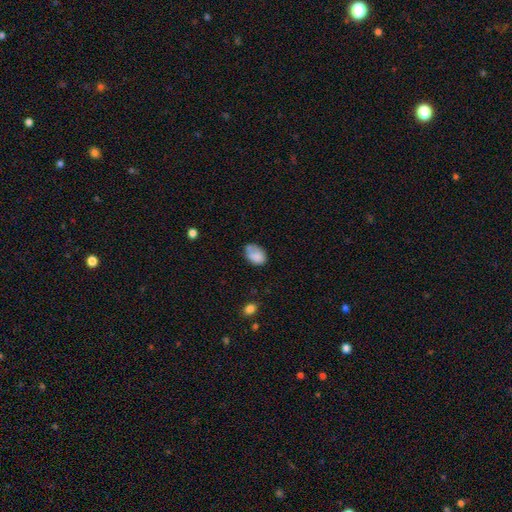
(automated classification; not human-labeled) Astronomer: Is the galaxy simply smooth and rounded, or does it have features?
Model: smooth — 78%.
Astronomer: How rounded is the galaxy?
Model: in between — 79%.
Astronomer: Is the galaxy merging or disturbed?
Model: none — 50% (runner-up: minor disturbance, 28%).